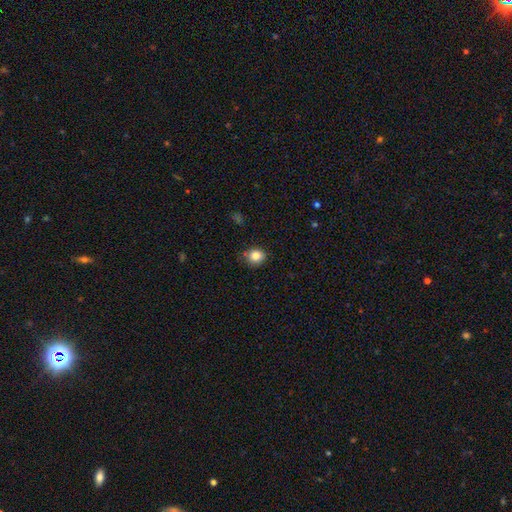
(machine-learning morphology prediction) This is clearly a smooth galaxy (84%). How rounded: likely round (76%). Merging: clearly none (81%).